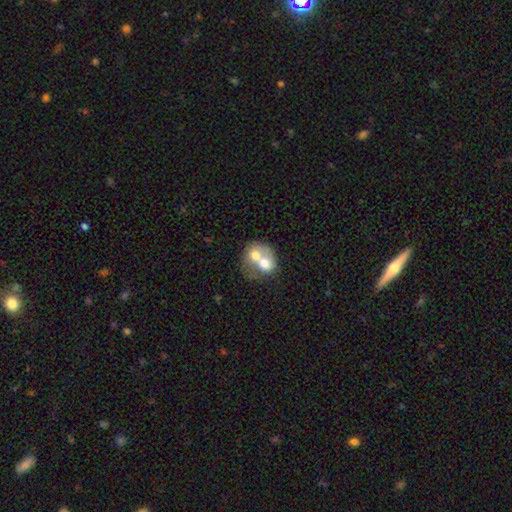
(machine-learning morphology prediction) Smooth or featured: smooth — 61% (featured or disk — 31%)
How rounded: round — 57% (in between — 42%)
Merging: merger — 77% (none — 14%)